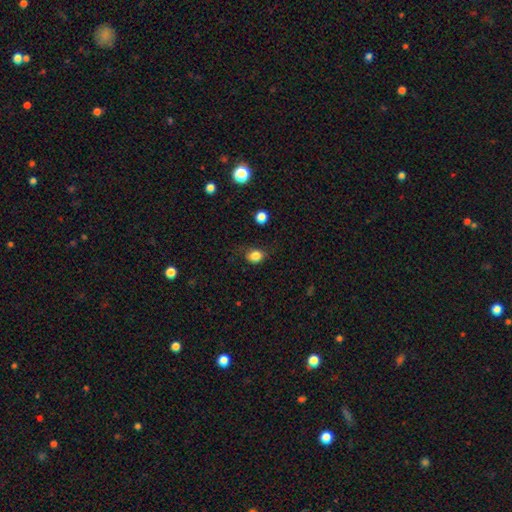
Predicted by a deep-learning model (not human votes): Overall: smooth (83%). How rounded: round (59%; in between 40%). Merging: none (64%; minor disturbance 25%).